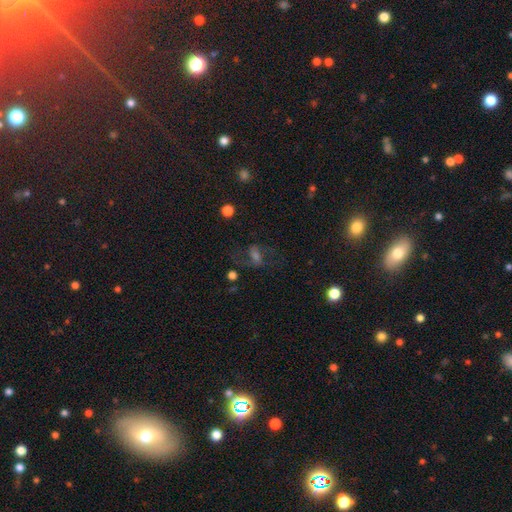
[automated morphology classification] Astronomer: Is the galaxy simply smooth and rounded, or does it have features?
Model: featured or disk — 45% (runner-up: smooth, 31%).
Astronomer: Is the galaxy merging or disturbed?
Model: none — 58%.